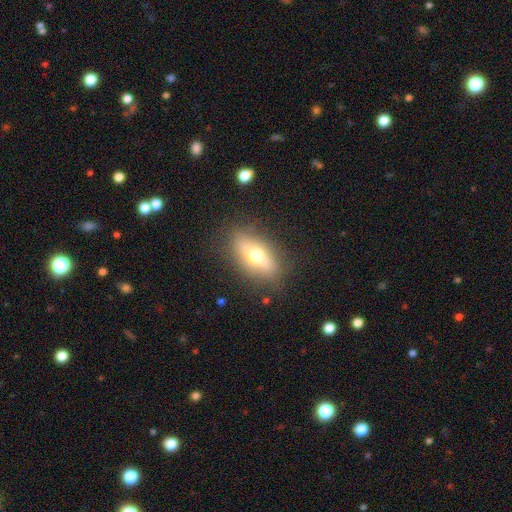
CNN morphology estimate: This is possibly a featured or disk galaxy (47%). Merging: clearly none (83%).